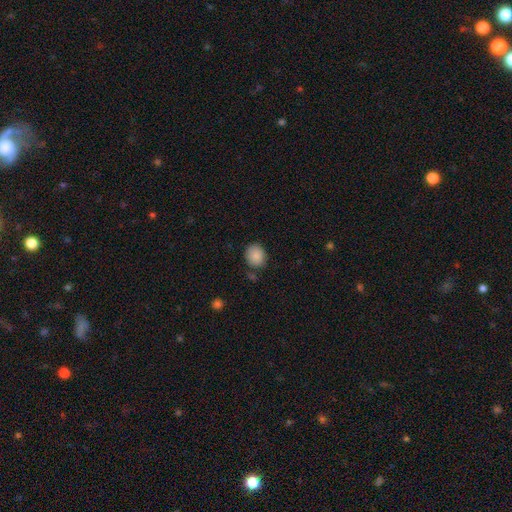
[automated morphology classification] Smooth or featured: smooth — 87% (star or artifact — 8%)
How rounded: round — 69% (in between — 31%)
Merging: none — 79% (minor disturbance — 14%)